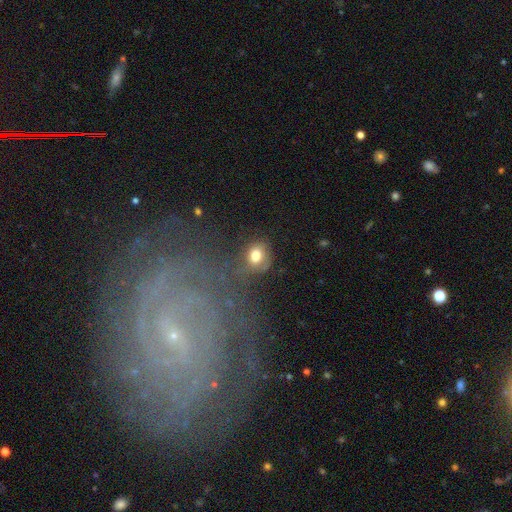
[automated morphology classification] The model was most divided on "how rounded": round: 59%, in between: 40%, cigar-shaped: 1%. More confident: smooth or featured — smooth (75%); merging — none (57%).